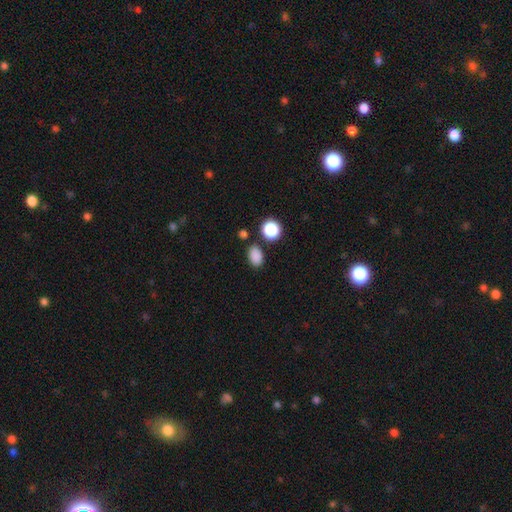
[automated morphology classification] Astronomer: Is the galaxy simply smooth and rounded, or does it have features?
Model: smooth — 84%.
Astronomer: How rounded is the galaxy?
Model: in between — 80%.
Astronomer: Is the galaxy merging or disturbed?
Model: none — 81%.